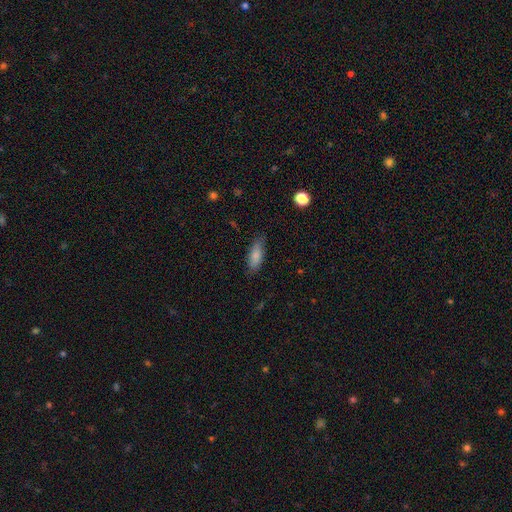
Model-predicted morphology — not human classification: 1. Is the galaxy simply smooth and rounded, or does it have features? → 82% smooth, 11% featured or disk, 7% star or artifact.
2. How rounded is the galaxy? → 71% in between, 26% cigar-shaped, 2% round.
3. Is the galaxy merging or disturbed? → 78% none, 17% minor disturbance, 3% major disturbance, 1% merger.